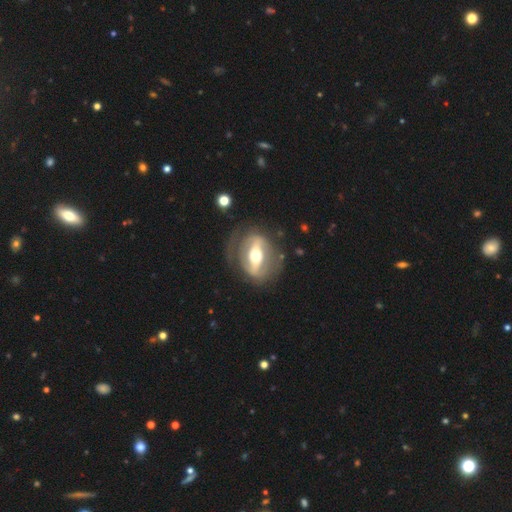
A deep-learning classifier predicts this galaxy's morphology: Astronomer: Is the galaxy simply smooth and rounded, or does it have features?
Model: featured or disk — 75%.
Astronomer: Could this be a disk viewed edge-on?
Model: no — 83%.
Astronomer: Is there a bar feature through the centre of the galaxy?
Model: strong — 69%.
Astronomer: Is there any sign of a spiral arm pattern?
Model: no — 56% (runner-up: yes, 44%).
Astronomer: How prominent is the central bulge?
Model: moderate — 66%.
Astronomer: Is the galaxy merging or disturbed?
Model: none — 66%.